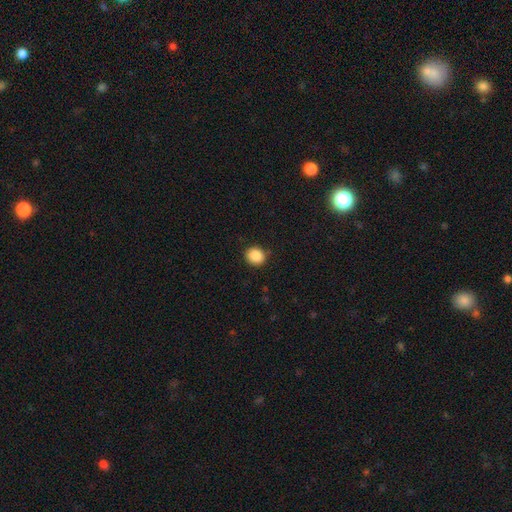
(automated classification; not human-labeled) Overall: smooth (88%). How rounded: round (79%). Merging: none (86%).